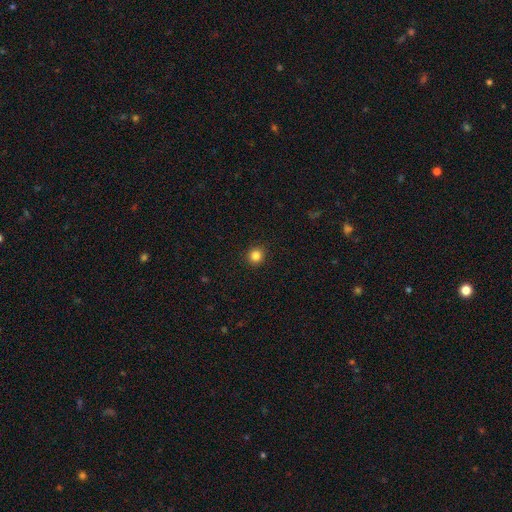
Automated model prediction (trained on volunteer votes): Smooth or featured: smooth — 85% (star or artifact — 11%)
How rounded: round — 93% (in between — 6%)
Merging: none — 92% (minor disturbance — 5%)